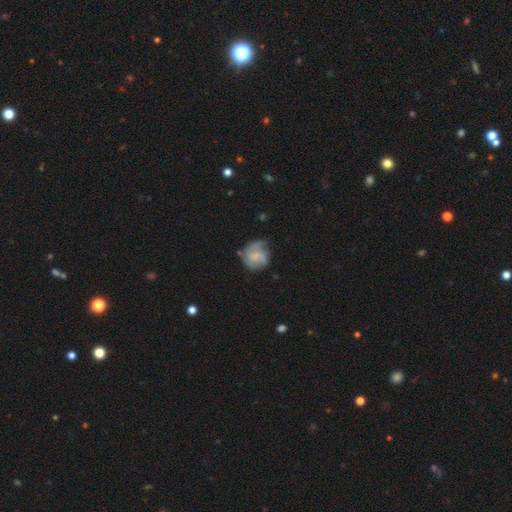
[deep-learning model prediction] The model was most divided on "smooth or featured": featured or disk: 48%, smooth: 44%, star or artifact: 8%. More confident: merging — none (54%).